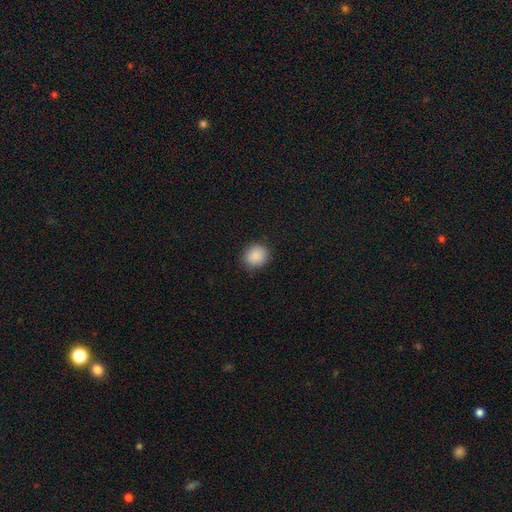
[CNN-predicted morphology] A smooth galaxy with no disk features (89%) that is round (83%). Merging: none (87%).